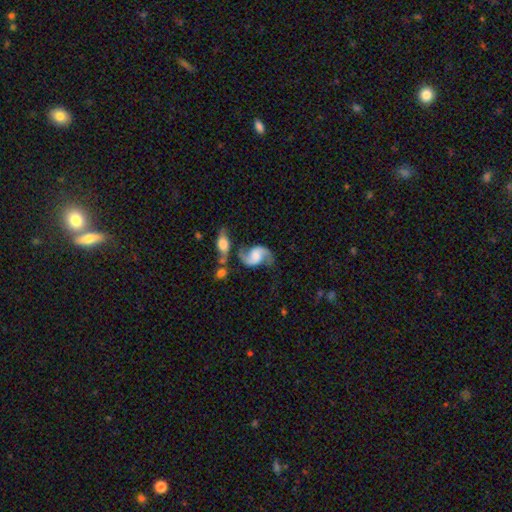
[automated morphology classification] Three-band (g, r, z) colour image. It shows a featured or disk galaxy (85%) with no bar (52%), 2 (93%) loose (59%) spiral arms (96%) and a moderate central bulge (29%, tied with none). Merging: none (58%).